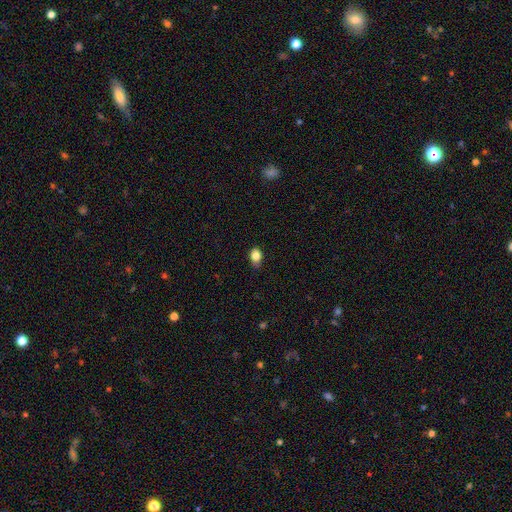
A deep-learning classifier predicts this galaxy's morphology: smooth-or-featured: smooth: 85% | star or artifact: 9% | featured or disk: 6%
  how-rounded: in between: 69% | round: 30% | cigar-shaped: 1%
  merging: none: 72% | minor disturbance: 24% | major disturbance: 4% | merger: 1%